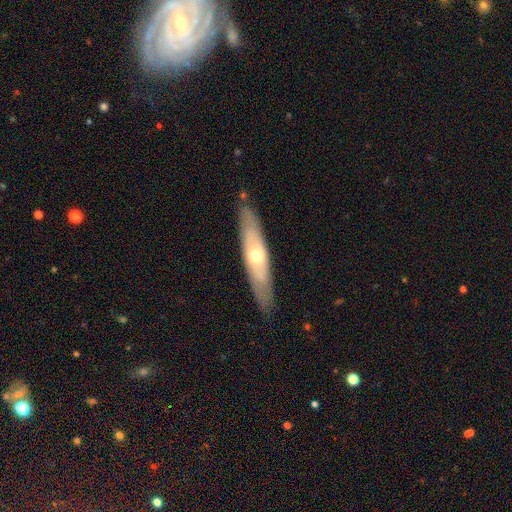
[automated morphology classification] Smooth or featured: featured or disk — 55% (smooth — 40%)
Edge-on disk: yes — 59% (no — 41%)
Merging: none — 85% (minor disturbance — 11%)